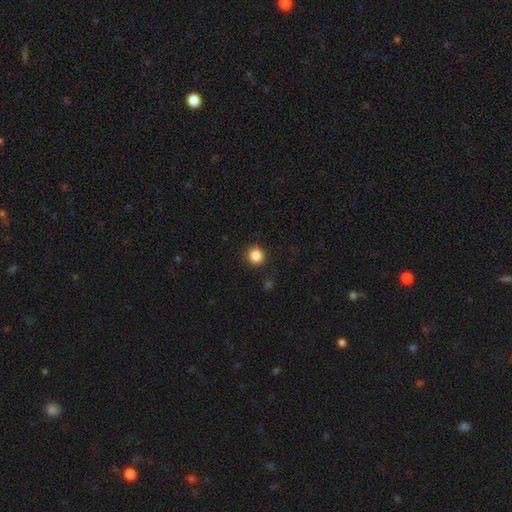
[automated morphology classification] The model was most divided on "smooth or featured": smooth: 84%, star or artifact: 11%, featured or disk: 4%. More confident: merging — none (91%); how rounded — round (91%).